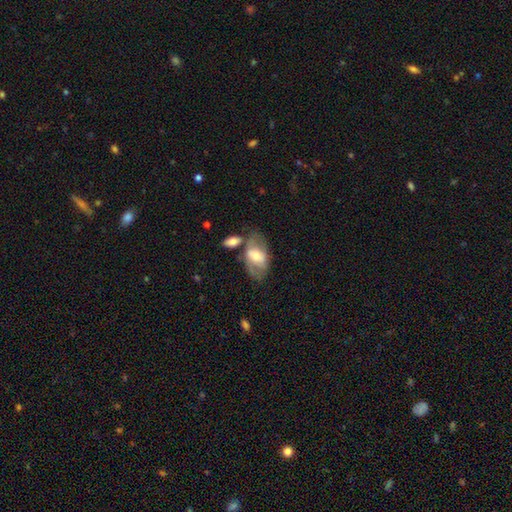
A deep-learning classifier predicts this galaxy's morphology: Smooth or featured?
  - smooth: 47% *
  - featured or disk: 46%
  - star or artifact: 7%
Merging?
  - none: 47% *
  - merger: 21%
  - minor disturbance: 20%
  - major disturbance: 12%